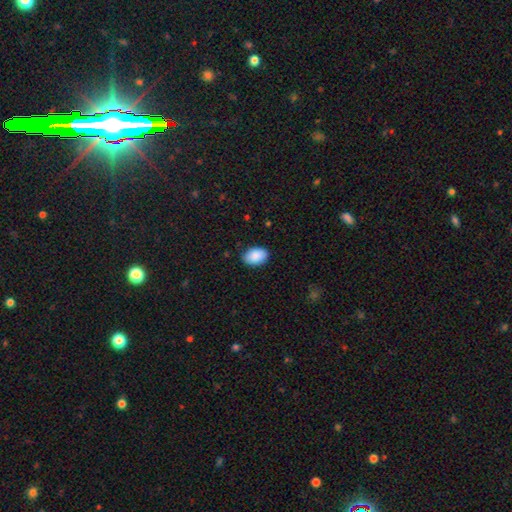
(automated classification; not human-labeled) This is clearly a smooth galaxy (90%). How rounded: clearly in between (89%). Merging: clearly none (87%).